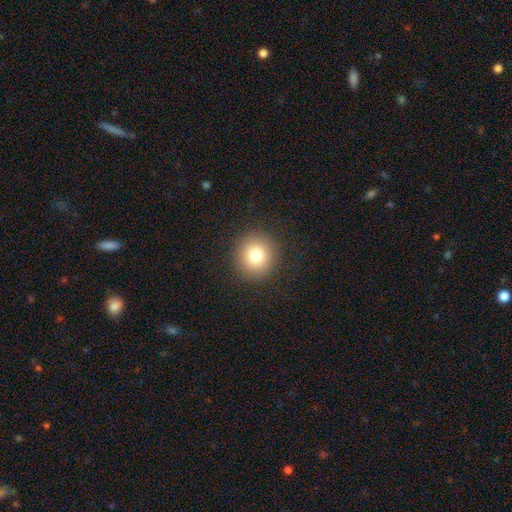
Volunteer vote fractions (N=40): A smooth galaxy with no disk features (75%) that is round (97%).

Vote fractions:
- Smooth or featured? smooth: 75% / featured or disk: 18% / star or artifact: 8%
- How rounded? round: 97% / in between: 3% / cigar-shaped: 0%
- Merging? none: 92% / minor disturbance: 3% / major disturbance: 3% / merger: 3%